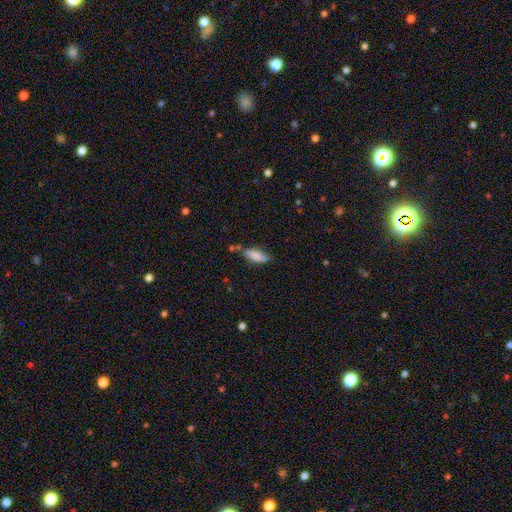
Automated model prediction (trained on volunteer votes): Smooth or featured?
  - smooth: 82% *
  - featured or disk: 11%
  - star or artifact: 7%
How rounded?
  - in between: 65% *
  - cigar-shaped: 33%
  - round: 2%
Merging?
  - none: 67% *
  - minor disturbance: 22%
  - merger: 7%
  - major disturbance: 5%